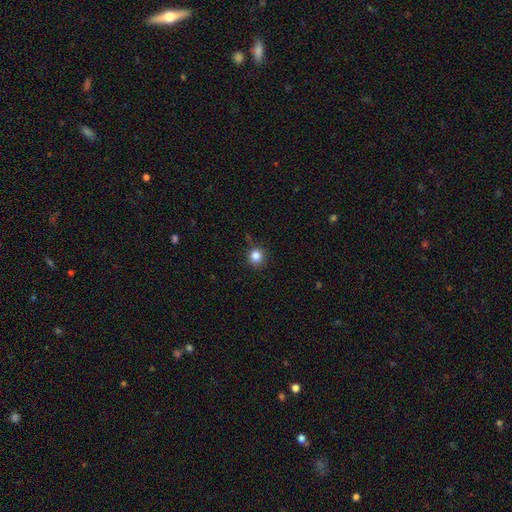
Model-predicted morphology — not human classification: Smooth or featured?
  - smooth: 84% *
  - star or artifact: 12%
  - featured or disk: 4%
How rounded?
  - round: 91% *
  - in between: 8%
  - cigar-shaped: 1%
Merging?
  - none: 86% *
  - minor disturbance: 10%
  - major disturbance: 2%
  - merger: 2%